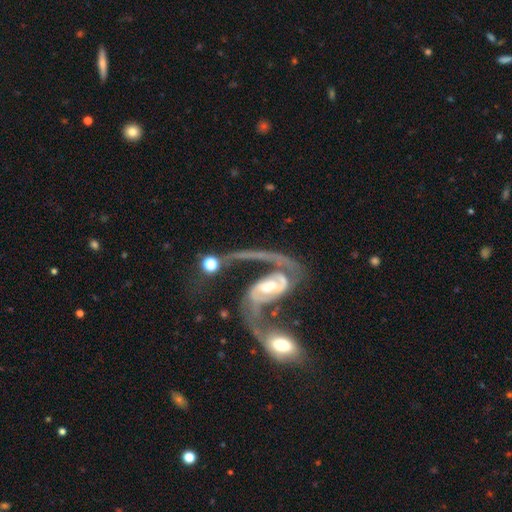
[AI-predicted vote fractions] A featured or disk galaxy (88%) with a weak bar (35%, tied with no), 2 (76%) loose (42%) spiral arms (92%) and a moderate central bulge (48%).

Vote fractions:
- Smooth or featured? featured or disk: 88% / star or artifact: 6% / smooth: 6%
- Edge-on disk? no: 93% / yes: 7%
- Bar? weak: 35% (tied) / no: 35% (tied) / strong: 30%
- Spiral arms? yes: 92% / no: 8%
- Spiral winding? loose: 42% / medium: 41% / tight: 17%
- Spiral arm count? 2: 76% / 1: 15% / can't tell: 5% / 3: 2% / 4: 1% / more than 4: 1%
- Bulge size? moderate: 48% / small: 40% / large: 6% / none: 4% / dominant: 2%
- Merging? merger: 57% / none: 20% / major disturbance: 15% / minor disturbance: 9%